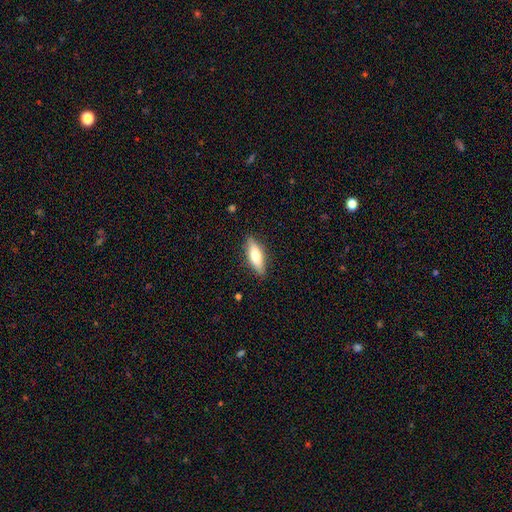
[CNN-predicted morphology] Smooth or featured: smooth — 67% (featured or disk — 26%)
How rounded: in between — 56% (cigar-shaped — 42%)
Merging: none — 86% (minor disturbance — 11%)